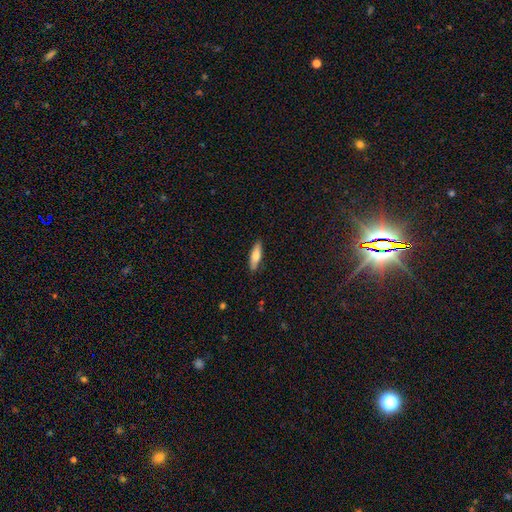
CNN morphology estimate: A smooth galaxy with no disk features (70%) that is cigar-shaped (57%). Merging: none (88%).